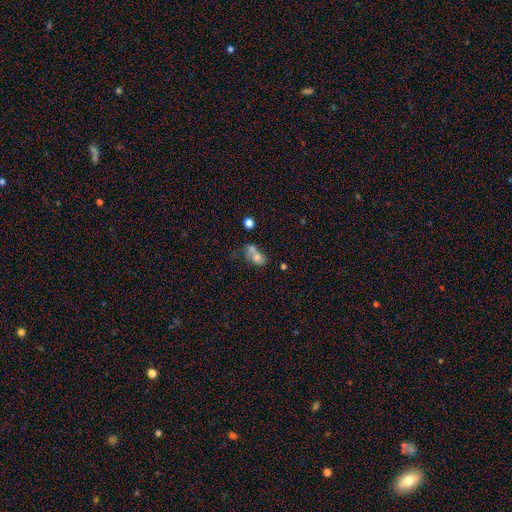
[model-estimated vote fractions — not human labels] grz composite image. It shows a smooth galaxy with no disk features (61%) that is in between round and cigar-shaped (69%). Merging: merger (55%).